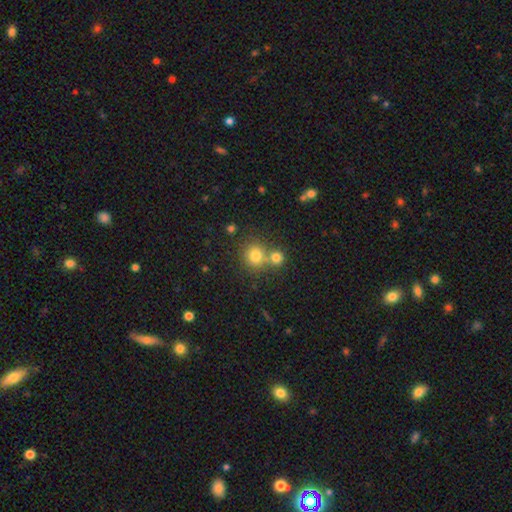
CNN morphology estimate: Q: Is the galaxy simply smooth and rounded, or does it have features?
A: smooth — 78%.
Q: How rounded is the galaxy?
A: round — 86%.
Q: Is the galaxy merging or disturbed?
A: none — 54%.